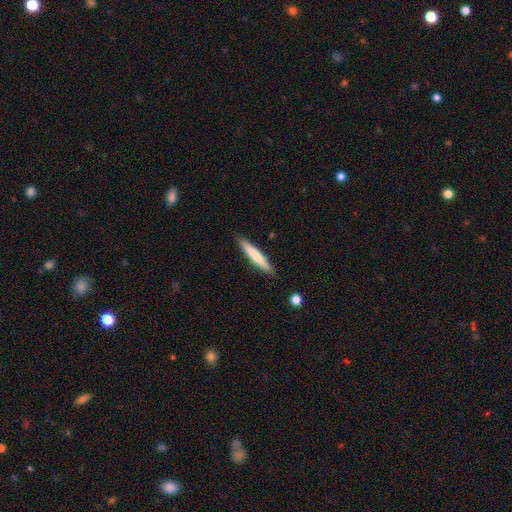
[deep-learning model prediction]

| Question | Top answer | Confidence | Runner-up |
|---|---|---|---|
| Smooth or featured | smooth | 72% | featured or disk (23%) |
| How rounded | cigar-shaped | 94% | in between (5%) |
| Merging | none | 90% | minor disturbance (8%) |